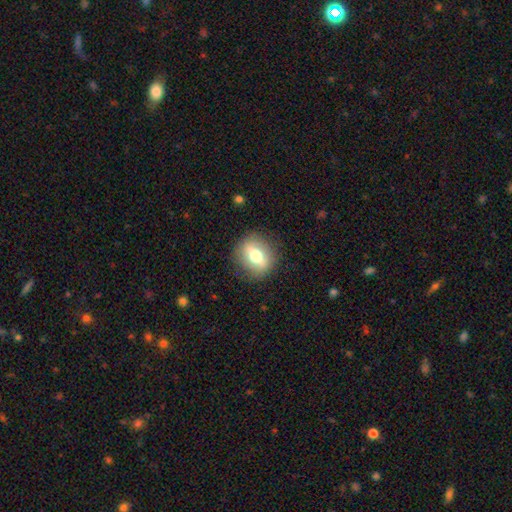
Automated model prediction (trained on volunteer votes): smooth 54%, featured or disk 38%, star or artifact 8%. Down the decision tree: how rounded — round (65%); merging — none (86%).